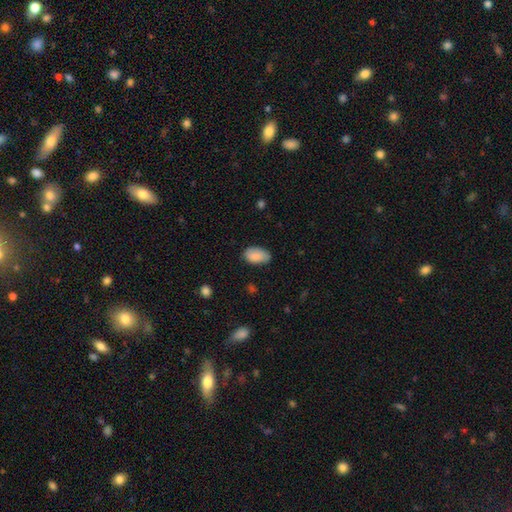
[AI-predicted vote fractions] smooth 86%, featured or disk 7%, star or artifact 7%. Down the decision tree: how rounded — in between (93%); merging — none (73%).